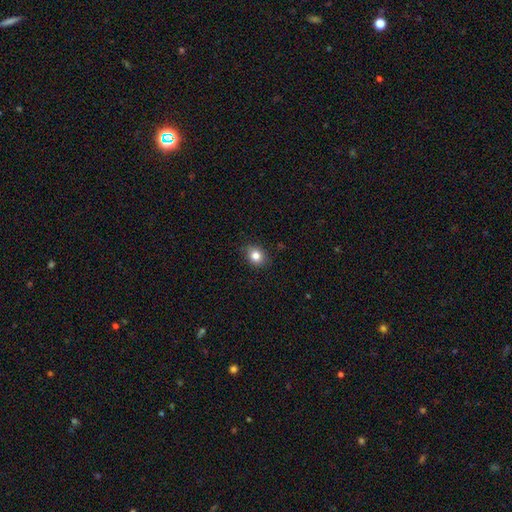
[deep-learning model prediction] This appears to be a smooth galaxy with no disk features (82%) that is round (56%). Merging: none (84%).